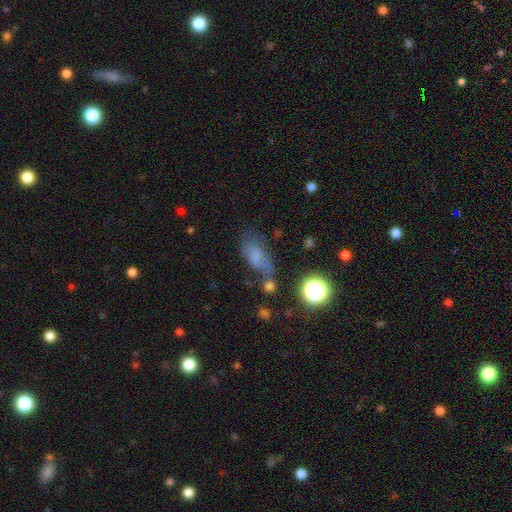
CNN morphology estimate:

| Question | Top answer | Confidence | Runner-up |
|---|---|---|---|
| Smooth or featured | smooth | 65% | featured or disk (19%) |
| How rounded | in between | 82% | round (10%) |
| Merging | none | 41% | minor disturbance (25%) |